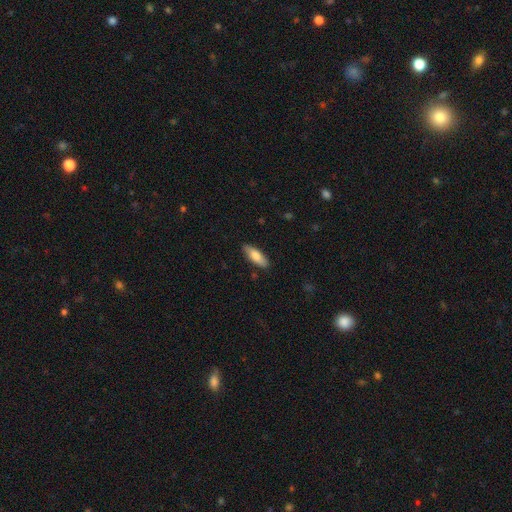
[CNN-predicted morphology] type=smooth (79%); roundness=in between (64%); merging=none (87%).